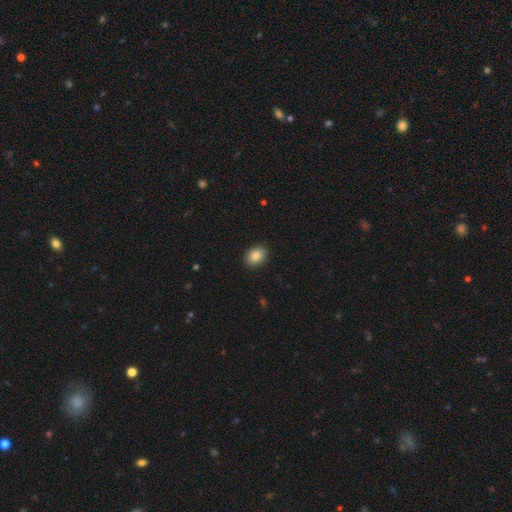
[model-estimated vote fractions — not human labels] This is clearly a smooth galaxy (87%). How rounded: likely in between (72%). Merging: clearly none (89%).